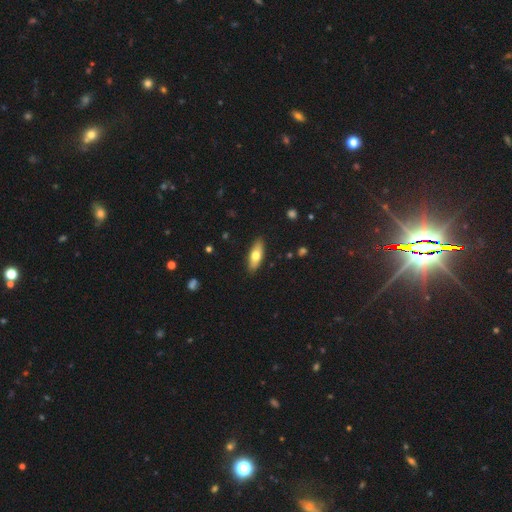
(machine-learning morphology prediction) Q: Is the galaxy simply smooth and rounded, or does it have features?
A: smooth — 65%.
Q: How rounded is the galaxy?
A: in between — 69%.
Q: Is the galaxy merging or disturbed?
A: none — 88%.